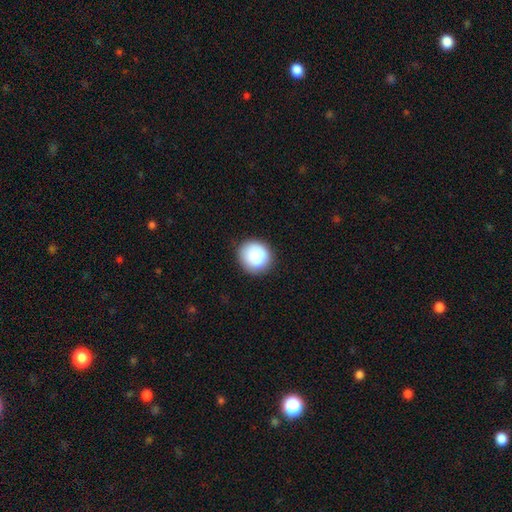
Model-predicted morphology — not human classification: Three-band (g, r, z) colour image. It shows a smooth galaxy with no disk features (83%) that is round (88%). Merging: none (82%).